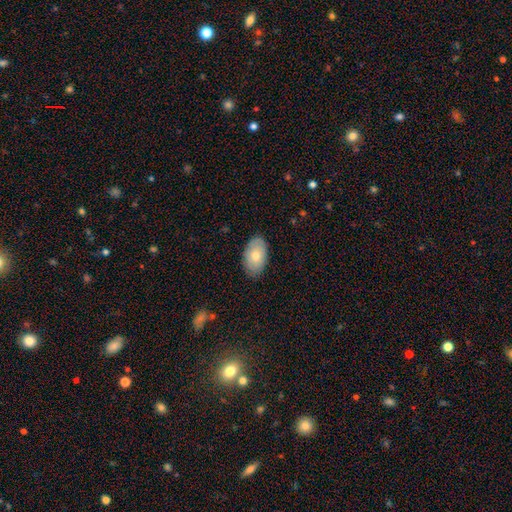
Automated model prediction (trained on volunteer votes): The model was most divided on "smooth or featured": smooth: 73%, featured or disk: 21%, star or artifact: 6%. More confident: how rounded — in between (93%); merging — none (84%).